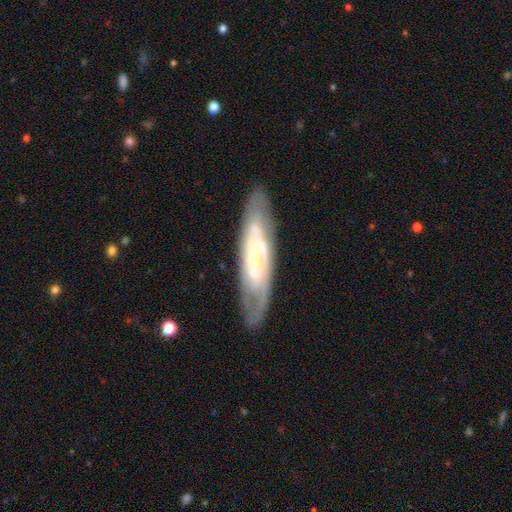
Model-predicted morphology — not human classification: type=featured or disk (73%); edge-on=no (70%); bar=no (54%); spiral arms=yes (77%); bulge=small (64%); merging=none (78%).